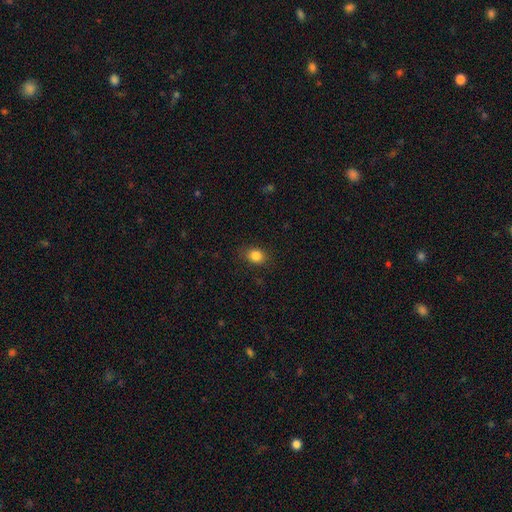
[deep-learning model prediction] The model was most divided on "how rounded": round: 53%, in between: 46%, cigar-shaped: 1%. More confident: merging — none (85%); smooth or featured — smooth (85%).